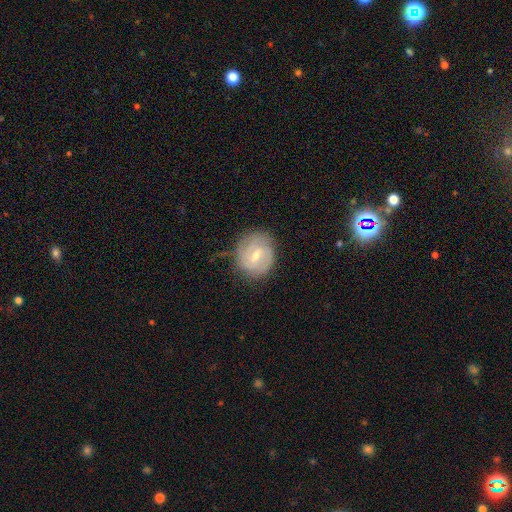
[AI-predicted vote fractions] Smooth or featured: featured or disk — 69% (smooth — 24%)
Edge-on disk: no — 97% (yes — 3%)
Bar: weak — 64% (no — 19%)
Spiral arms: yes — 87% (no — 13%)
Spiral winding: tight — 57% (medium — 33%)
Spiral arm count: 2 — 48% (can't tell — 30%)
Bulge size: small — 49% (moderate — 47%)
Merging: none — 72% (minor disturbance — 20%)